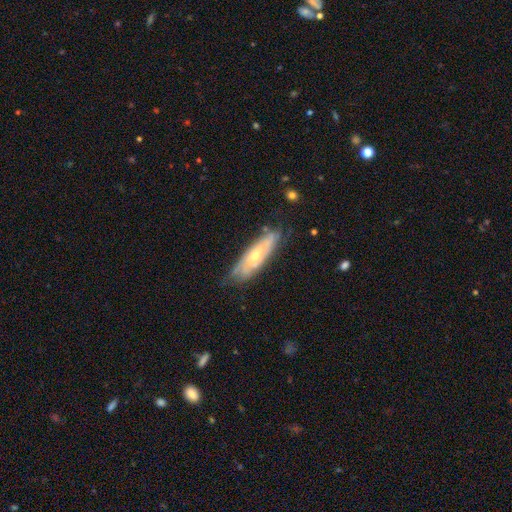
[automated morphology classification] This is possibly a featured or disk galaxy (58%). It is likely not viewed edge-on (62%). Merging: likely none (69%).